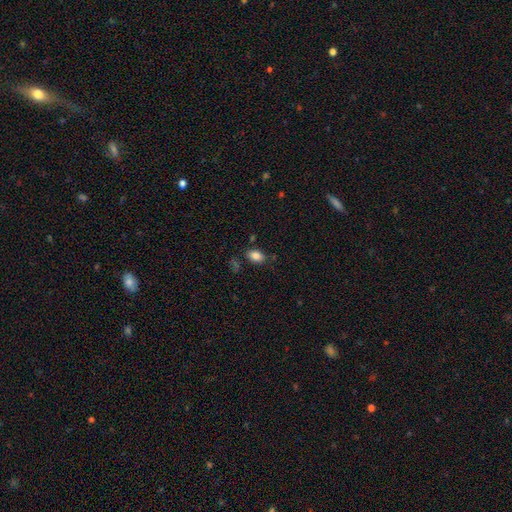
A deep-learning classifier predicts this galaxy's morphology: Overall: smooth (84%). How rounded: in between (88%). Merging: none (80%).